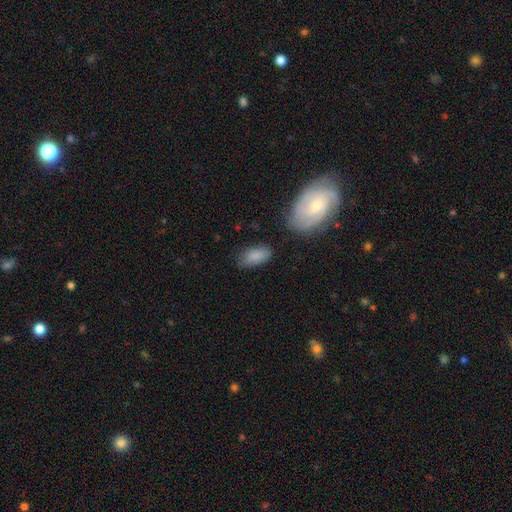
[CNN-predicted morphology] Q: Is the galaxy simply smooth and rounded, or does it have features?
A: smooth — 85%.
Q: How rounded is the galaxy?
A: in between — 93%.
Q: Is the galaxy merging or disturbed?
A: none — 70%.